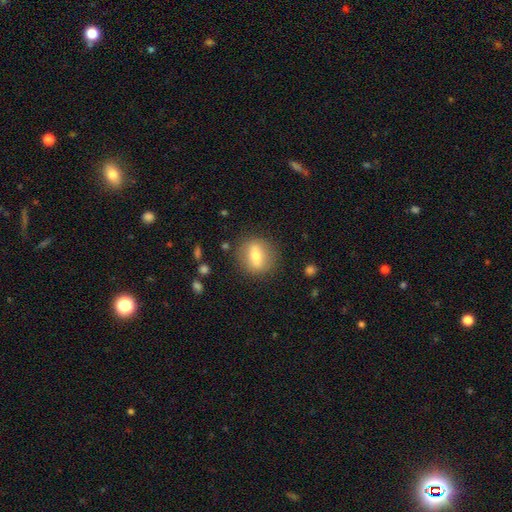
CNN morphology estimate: The model was most divided on "how rounded": round: 57%, in between: 38%, cigar-shaped: 5%. More confident: merging — none (85%); smooth or featured — smooth (64%).